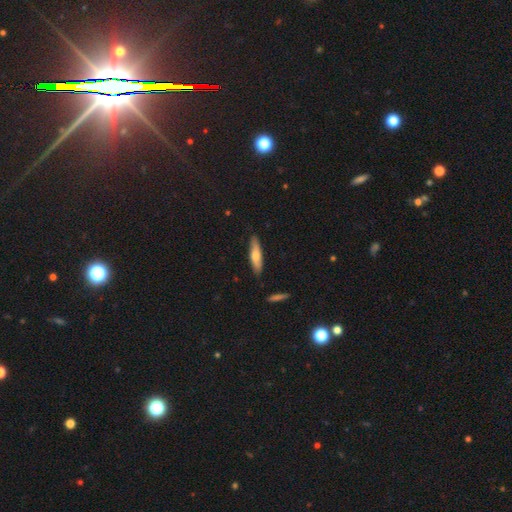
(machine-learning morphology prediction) A smooth galaxy with no disk features (63%) that is cigar-shaped (77%). Merging: none (85%).